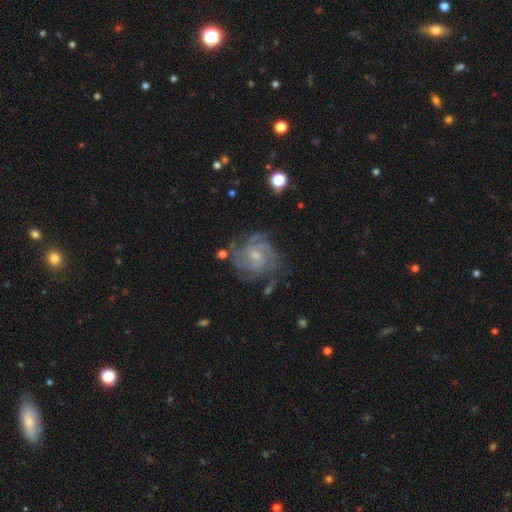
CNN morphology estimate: Smooth or featured: featured or disk — 86% (smooth — 8%)
Edge-on disk: no — 98% (yes — 2%)
Bar: no — 54% (weak — 40%)
Spiral arms: yes — 96% (no — 4%)
Spiral winding: tight — 56% (medium — 36%)
Spiral arm count: 4 — 27% (can't tell — 25%)
Bulge size: small — 60% (moderate — 34%)
Merging: none — 69% (minor disturbance — 19%)